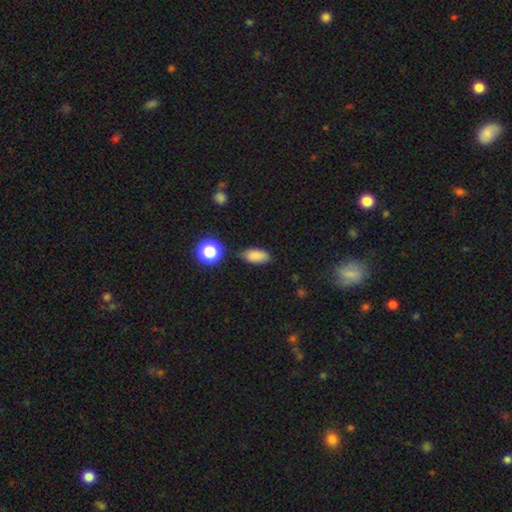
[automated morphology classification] Overall: smooth (85%). How rounded: in between (88%). Merging: none (80%).